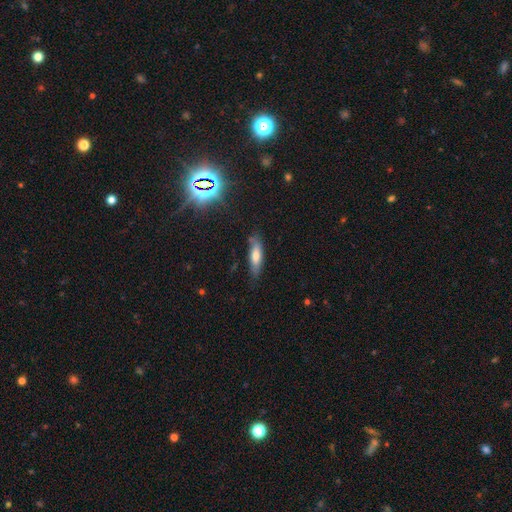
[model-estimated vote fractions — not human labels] This appears to be a smooth galaxy with no disk features (65%) that is cigar-shaped (60%). Merging: none (73%).